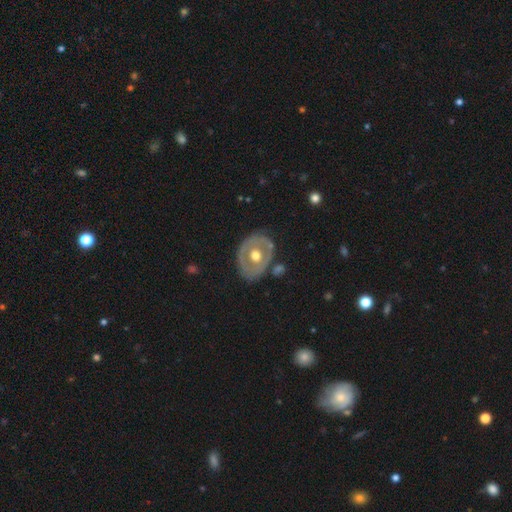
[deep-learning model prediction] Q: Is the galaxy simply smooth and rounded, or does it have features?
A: featured or disk — 60%.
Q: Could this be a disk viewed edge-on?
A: no — 93%.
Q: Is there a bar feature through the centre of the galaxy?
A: no — 86%.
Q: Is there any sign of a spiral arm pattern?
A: no — 84%.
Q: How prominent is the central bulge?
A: moderate — 76%.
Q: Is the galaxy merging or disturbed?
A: none — 74%.